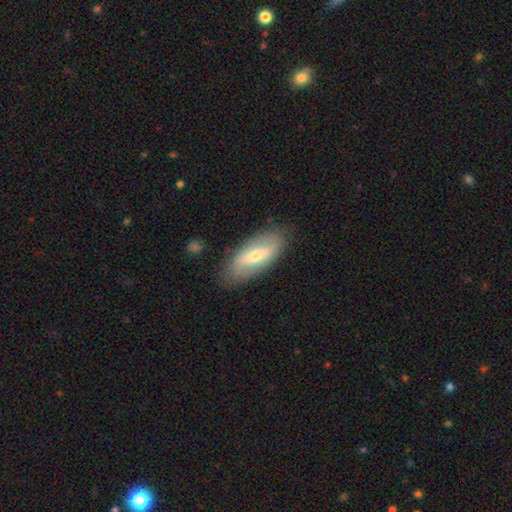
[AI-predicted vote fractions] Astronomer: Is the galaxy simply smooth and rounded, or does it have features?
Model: featured or disk — 48% (runner-up: smooth, 46%).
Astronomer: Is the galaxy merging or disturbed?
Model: none — 83%.